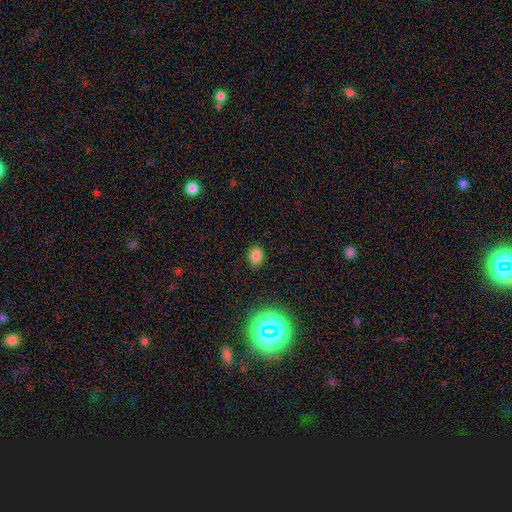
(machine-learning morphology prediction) Q: Smooth or featured?
A: smooth (77%); runner-up: star or artifact (18%)
Q: How rounded?
A: round (50%); runner-up: in between (49%)
Q: Merging?
A: none (88%); runner-up: minor disturbance (8%)